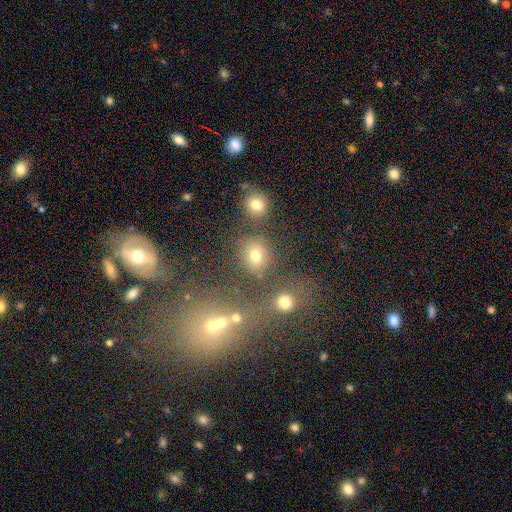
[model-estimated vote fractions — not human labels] Morphology: type=smooth (72%); roundness=round (77%); merging=none (75%).